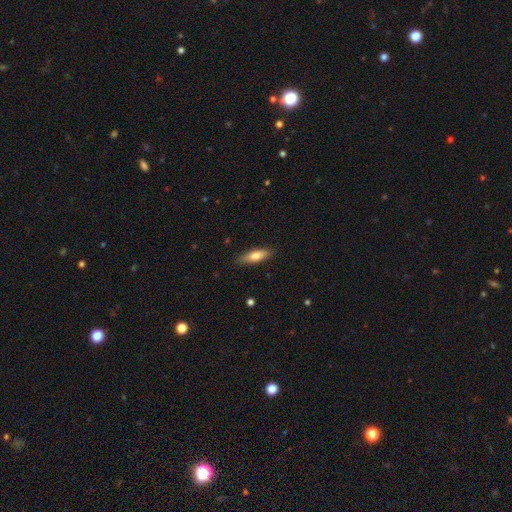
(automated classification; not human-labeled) This is likely a smooth galaxy (72%). How rounded: possibly in between (50%). Merging: clearly none (87%).